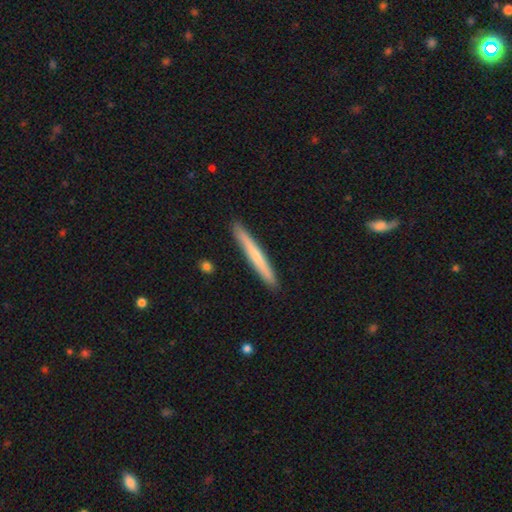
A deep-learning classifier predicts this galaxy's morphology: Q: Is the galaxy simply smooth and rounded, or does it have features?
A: smooth — 57%.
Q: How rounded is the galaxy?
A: cigar-shaped — 97%.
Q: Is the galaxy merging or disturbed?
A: none — 92%.